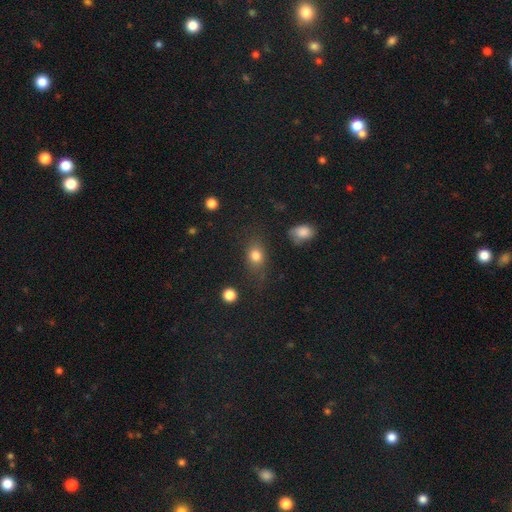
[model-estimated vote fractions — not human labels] A smooth galaxy with no disk features (80%) that is in between round and cigar-shaped (60%).

Vote fractions:
- Smooth or featured? smooth: 80% / star or artifact: 11% / featured or disk: 9%
- How rounded? in between: 60% / round: 37% / cigar-shaped: 3%
- Merging? none: 69% / minor disturbance: 19% / major disturbance: 9% / merger: 3%